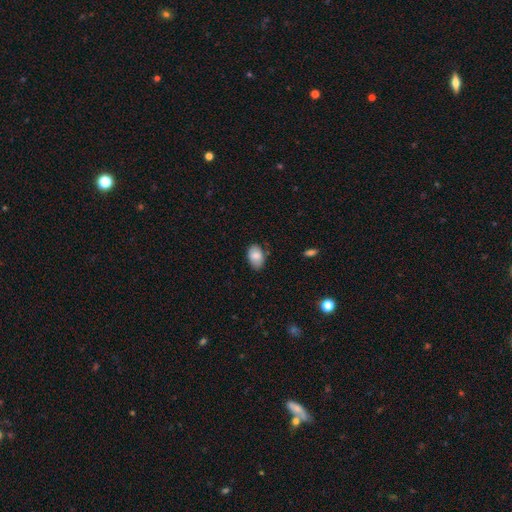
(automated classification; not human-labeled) A smooth galaxy with no disk features (83%) that is in between round and cigar-shaped (90%).

Vote fractions:
- Smooth or featured? smooth: 83% / featured or disk: 10% / star or artifact: 7%
- How rounded? in between: 90% / round: 9% / cigar-shaped: 1%
- Merging? none: 74% / minor disturbance: 21% / major disturbance: 3% / merger: 2%